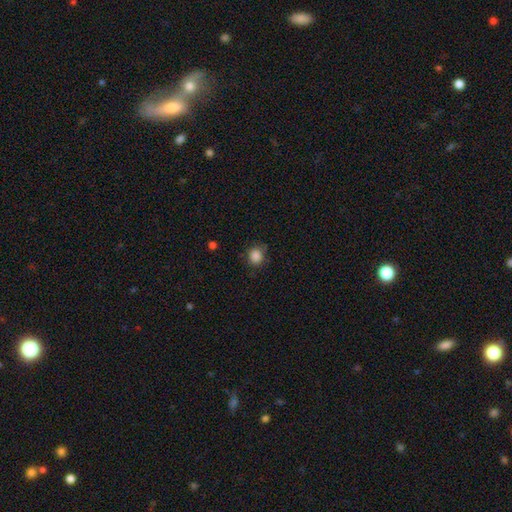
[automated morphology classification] A smooth galaxy with no disk features (86%) that is round (80%).

Vote fractions:
- Smooth or featured? smooth: 86% / star or artifact: 11% / featured or disk: 3%
- How rounded? round: 80% / in between: 19% / cigar-shaped: 1%
- Merging? none: 77% / minor disturbance: 17% / major disturbance: 4% / merger: 2%